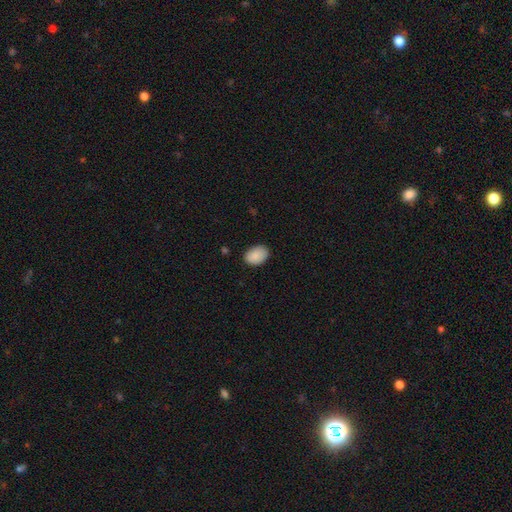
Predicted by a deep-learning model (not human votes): A smooth galaxy with no disk features (89%) that is in between round and cigar-shaped (82%).

Vote fractions:
- Smooth or featured? smooth: 89% / star or artifact: 7% / featured or disk: 5%
- How rounded? in between: 82% / round: 17% / cigar-shaped: 1%
- Merging? none: 85% / minor disturbance: 12% / major disturbance: 2% / merger: 1%